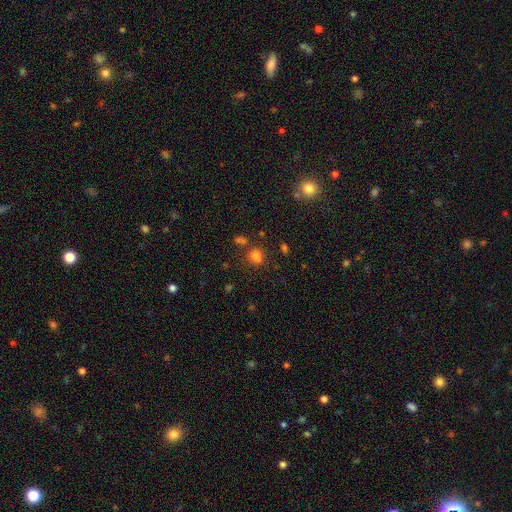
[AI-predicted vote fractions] Smooth or featured?
  - smooth: 73% *
  - star or artifact: 20%
  - featured or disk: 7%
How rounded?
  - round: 77% *
  - in between: 22%
  - cigar-shaped: 1%
Merging?
  - none: 68% *
  - merger: 15%
  - minor disturbance: 13%
  - major disturbance: 5%